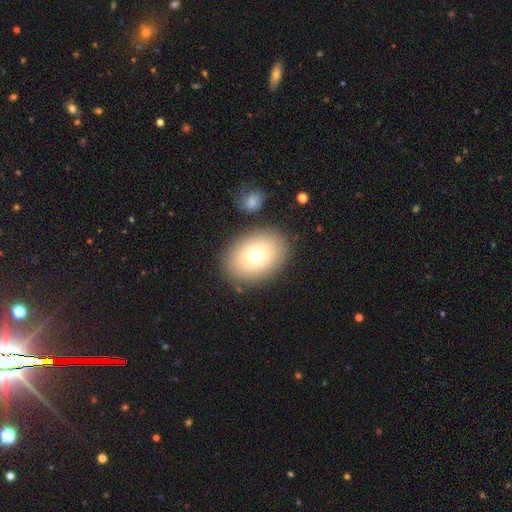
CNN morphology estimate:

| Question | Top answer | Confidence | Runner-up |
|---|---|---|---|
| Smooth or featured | smooth | 74% | featured or disk (16%) |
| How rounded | in between | 74% | round (25%) |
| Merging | none | 83% | minor disturbance (9%) |